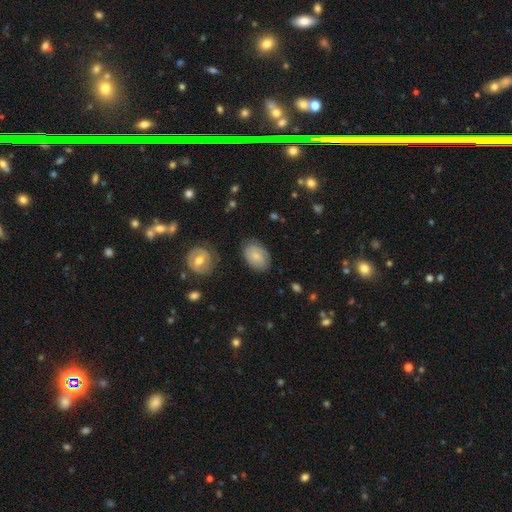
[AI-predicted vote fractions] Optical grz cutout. It shows a smooth galaxy with no disk features (64%) that is in between round and cigar-shaped (84%). Merging: none (76%).